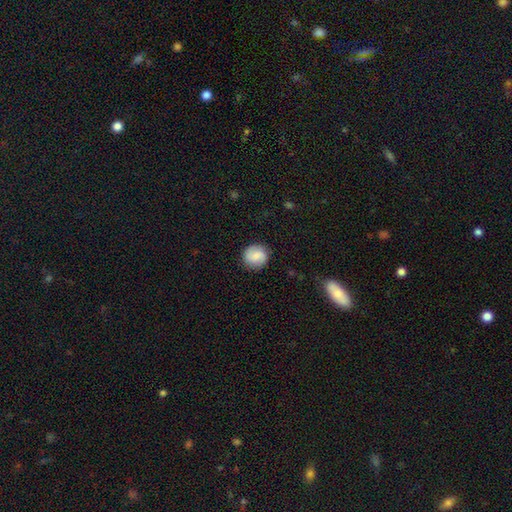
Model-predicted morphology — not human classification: smooth-or-featured: smooth: 65% | featured or disk: 27% | star or artifact: 8%
  how-rounded: round: 87% | in between: 12% | cigar-shaped: 1%
  merging: none: 87% | minor disturbance: 9% | major disturbance: 3% | merger: 1%